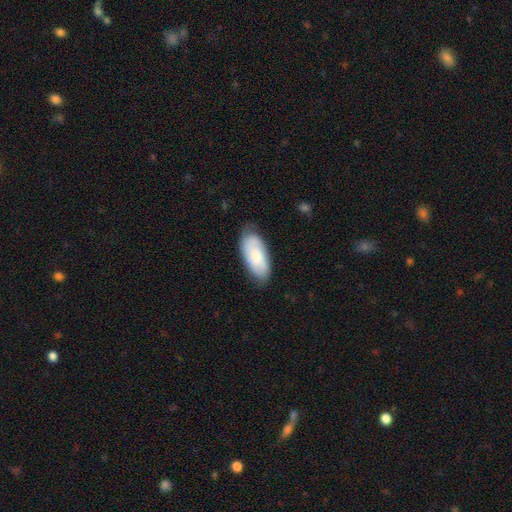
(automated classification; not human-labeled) Smooth or featured: smooth — 73% (featured or disk — 21%)
How rounded: in between — 91% (cigar-shaped — 7%)
Merging: none — 71% (minor disturbance — 23%)